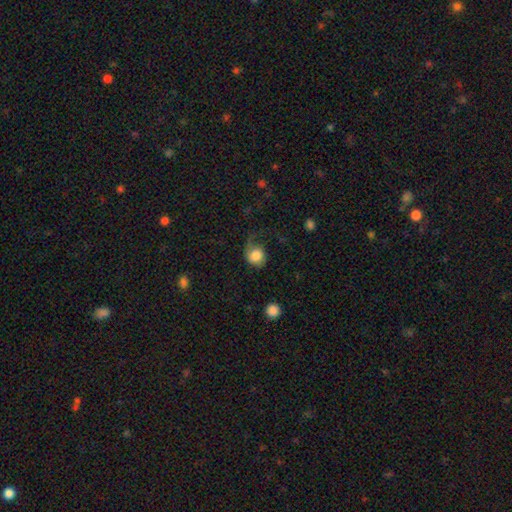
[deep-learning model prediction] The model was most divided on "merging": none: 40%, major disturbance: 31%, minor disturbance: 27%, merger: 2%. More confident: smooth or featured — smooth (79%); how rounded — round (78%).